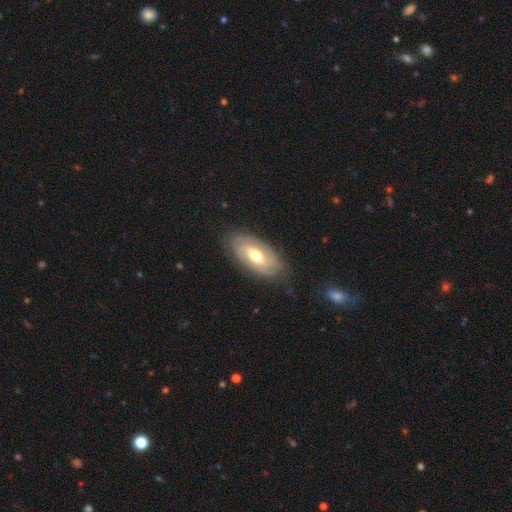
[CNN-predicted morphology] Smooth or featured? featured or disk (63%)
Edge-on disk? no (89%)
Bar? no (44%)
Spiral arms? yes (71%)
Bulge size? moderate (71%)
Merging? none (79%)